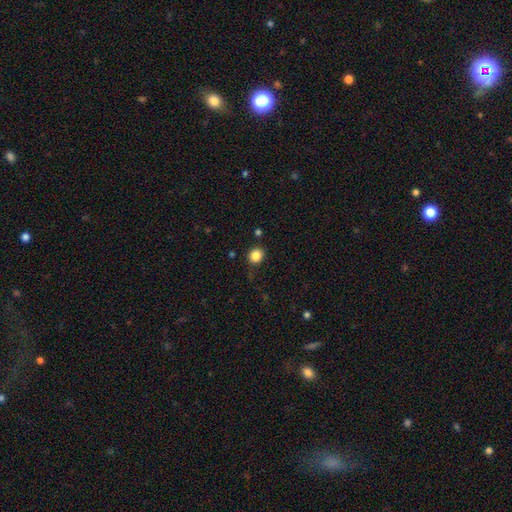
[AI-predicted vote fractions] smooth-or-featured: smooth: 85% | star or artifact: 11% | featured or disk: 4%
  how-rounded: round: 78% | in between: 21% | cigar-shaped: 1%
  merging: none: 86% | minor disturbance: 10% | major disturbance: 3% | merger: 2%